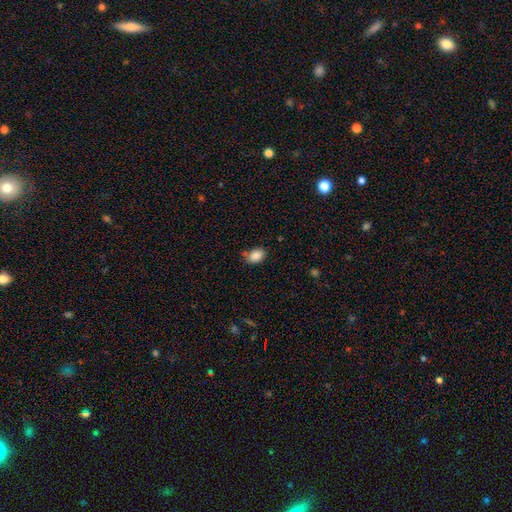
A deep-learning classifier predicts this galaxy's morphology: Smooth or featured? Predicted: smooth (p=0.87). How rounded? Predicted: in between (p=0.82). Merging? Predicted: none (p=0.70).